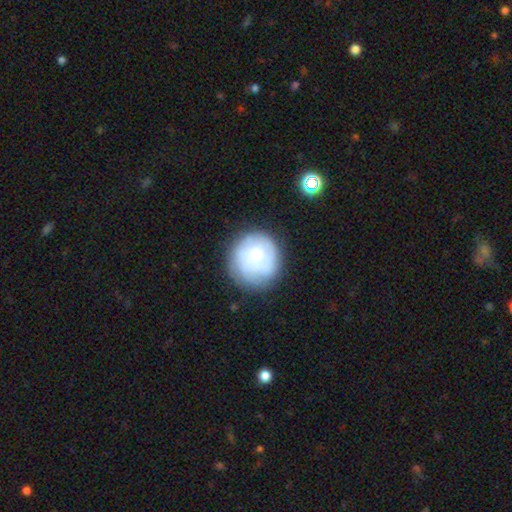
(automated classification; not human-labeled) Smooth or featured: smooth — 54% (featured or disk — 39%)
How rounded: round — 88% (in between — 11%)
Merging: none — 70% (minor disturbance — 20%)